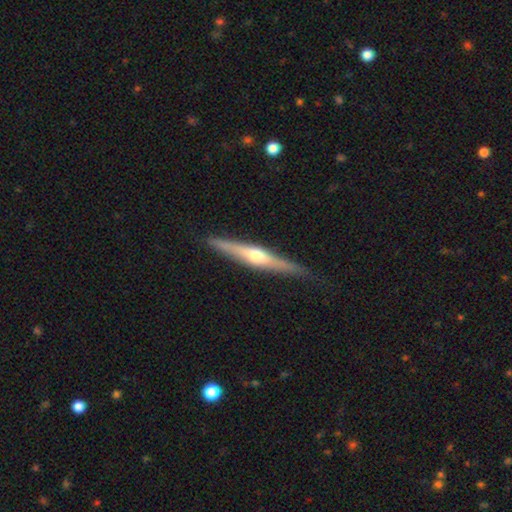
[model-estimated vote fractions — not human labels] A featured or disk galaxy (68%) viewed edge-on (97%) with a rounded central bulge (87%).

Vote fractions:
- Smooth or featured? featured or disk: 68% / smooth: 27% / star or artifact: 5%
- Edge-on disk? yes: 97% / no: 3%
- Edge-on bulge? rounded: 87% / none: 7% / boxy: 6%
- Merging? none: 86% / minor disturbance: 10% / major disturbance: 2% / merger: 1%